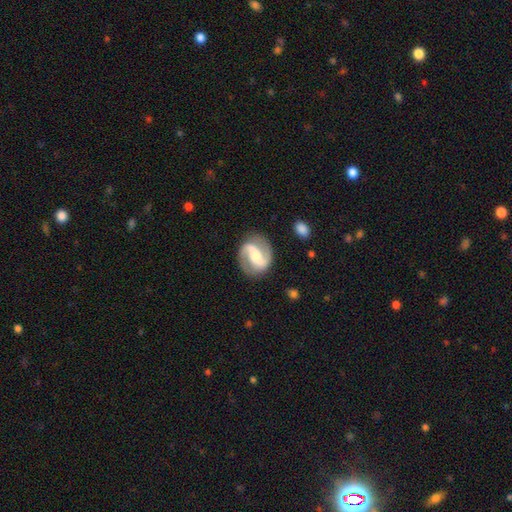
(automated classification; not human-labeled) Smooth or featured?
  - featured or disk: 86% *
  - smooth: 10%
  - star or artifact: 5%
Edge-on disk?
  - no: 97% *
  - yes: 3%
Bar?
  - strong: 52% *
  - weak: 31%
  - no: 17%
Spiral arms?
  - yes: 95% *
  - no: 5%
Spiral winding?
  - medium: 47% *
  - loose: 34%
  - tight: 19%
Spiral arm count?
  - 2: 93% *
  - can't tell: 2%
  - 1: 2%
  - 3: 1%
  - 4: 1%
  - more than 4: 1%
Bulge size?
  - moderate: 54% *
  - small: 29%
  - large: 11%
  - none: 4%
  - dominant: 2%
Merging?
  - none: 84% *
  - minor disturbance: 11%
  - major disturbance: 4%
  - merger: 1%